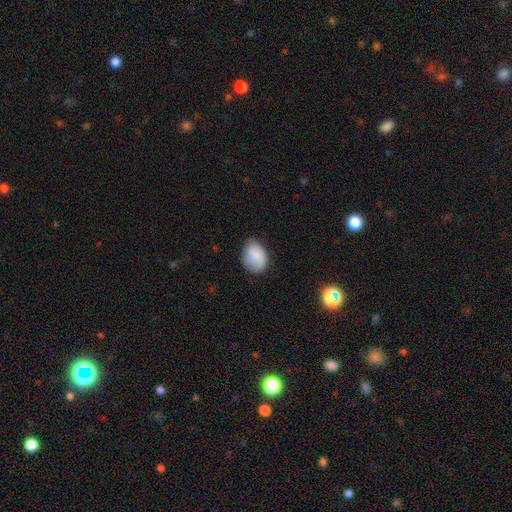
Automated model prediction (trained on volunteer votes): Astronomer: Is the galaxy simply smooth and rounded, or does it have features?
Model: smooth — 85%.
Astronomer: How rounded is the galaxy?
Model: in between — 71%.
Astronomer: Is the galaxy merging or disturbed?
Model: none — 69%.